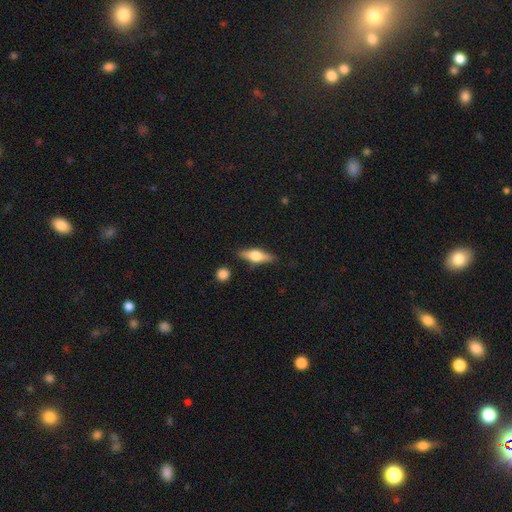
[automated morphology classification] Smooth or featured? featured or disk (55%)
Edge-on disk? yes (94%)
Edge-on bulge? rounded (93%)
Merging? none (84%)